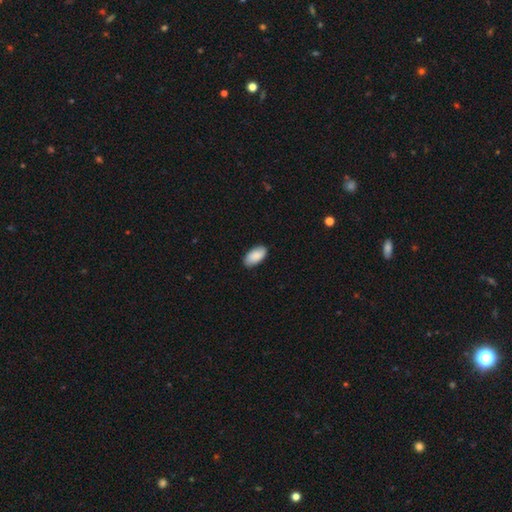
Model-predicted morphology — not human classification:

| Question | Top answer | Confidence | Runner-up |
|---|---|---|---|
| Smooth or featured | smooth | 89% | star or artifact (6%) |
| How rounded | in between | 95% | cigar-shaped (3%) |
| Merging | none | 87% | minor disturbance (10%) |